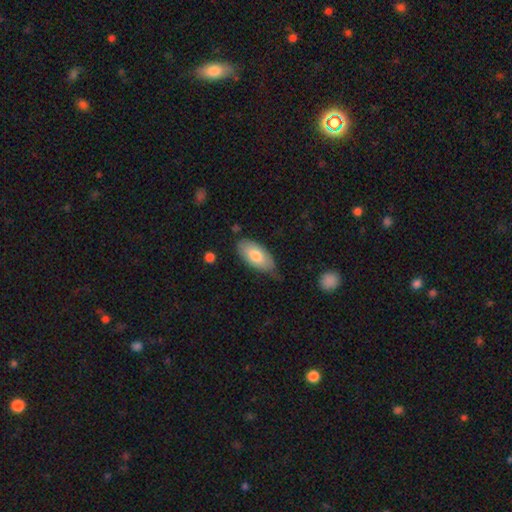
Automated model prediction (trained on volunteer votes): Smooth or featured? smooth (76%)
How rounded? in between (91%)
Merging? none (61%)